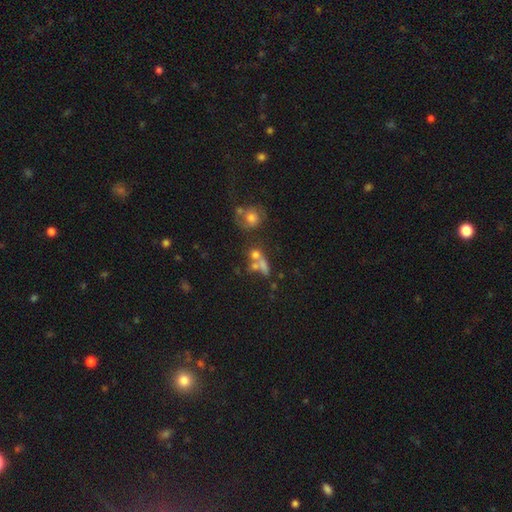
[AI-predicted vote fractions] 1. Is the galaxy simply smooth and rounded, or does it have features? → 49% smooth, 26% featured or disk, 25% star or artifact.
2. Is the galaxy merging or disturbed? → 40% merger, 37% none, 12% minor disturbance, 11% major disturbance.